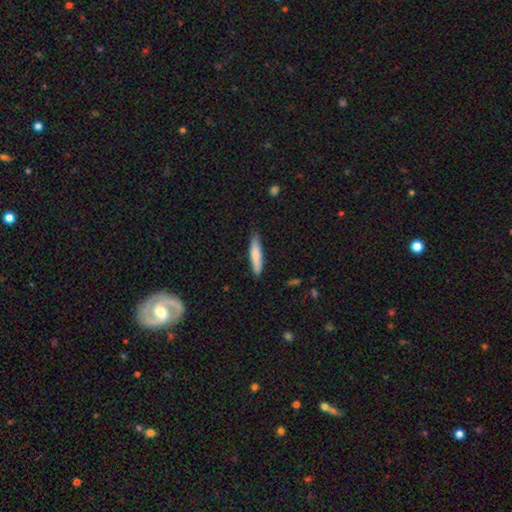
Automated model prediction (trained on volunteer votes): Smooth or featured?
  - smooth: 79% *
  - featured or disk: 15%
  - star or artifact: 5%
How rounded?
  - cigar-shaped: 82% *
  - in between: 16%
  - round: 1%
Merging?
  - none: 80% *
  - minor disturbance: 17%
  - major disturbance: 2%
  - merger: 1%